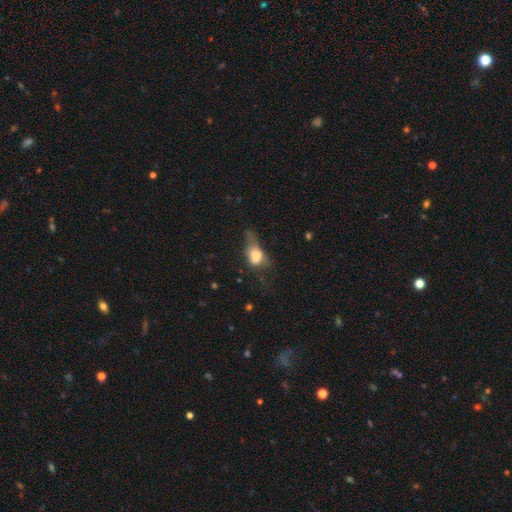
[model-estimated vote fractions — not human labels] Smooth or featured?
  - smooth: 70% *
  - featured or disk: 20%
  - star or artifact: 10%
How rounded?
  - in between: 75% *
  - round: 21%
  - cigar-shaped: 5%
Merging?
  - major disturbance: 48% *
  - minor disturbance: 26%
  - none: 19%
  - merger: 7%